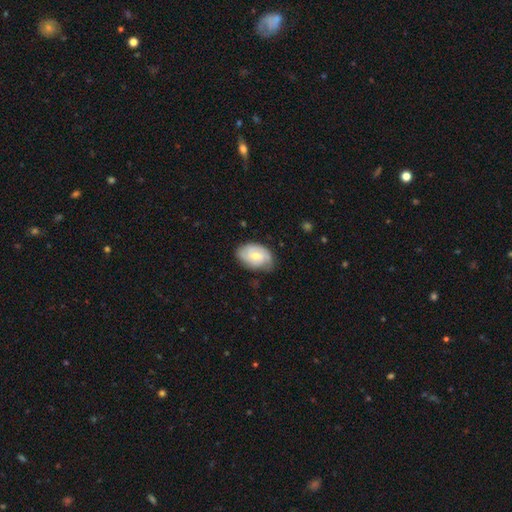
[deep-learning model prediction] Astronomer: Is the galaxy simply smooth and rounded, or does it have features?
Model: featured or disk — 65%.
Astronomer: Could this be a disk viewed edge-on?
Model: no — 96%.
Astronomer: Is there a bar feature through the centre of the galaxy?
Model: no — 66%.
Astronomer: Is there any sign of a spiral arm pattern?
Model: yes — 90%.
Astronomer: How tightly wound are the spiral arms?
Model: tight — 54% (runner-up: medium, 35%).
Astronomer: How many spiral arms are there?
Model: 2 — 34% (runner-up: 3, 28%).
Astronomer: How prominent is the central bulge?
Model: moderate — 56% (runner-up: small, 40%).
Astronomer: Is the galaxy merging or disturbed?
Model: none — 71%.